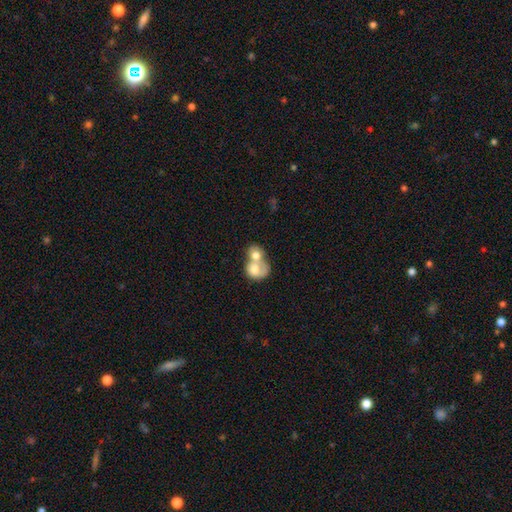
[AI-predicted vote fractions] A smooth galaxy with no disk features (65%) that is round (59%). Merging: merger (80%).